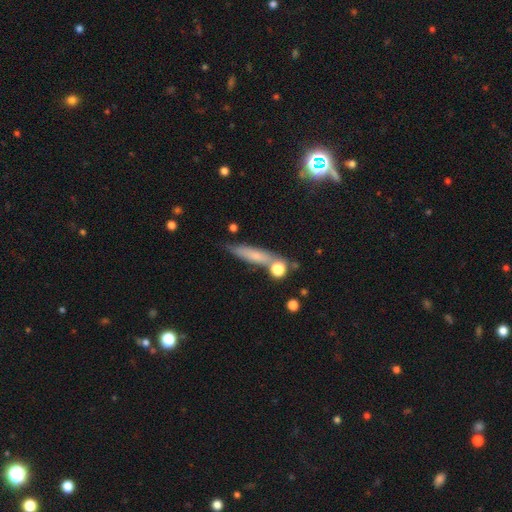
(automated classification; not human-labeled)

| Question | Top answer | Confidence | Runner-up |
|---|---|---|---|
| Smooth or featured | smooth | 61% | featured or disk (28%) |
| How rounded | cigar-shaped | 82% | in between (14%) |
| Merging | none | 69% | minor disturbance (16%) |